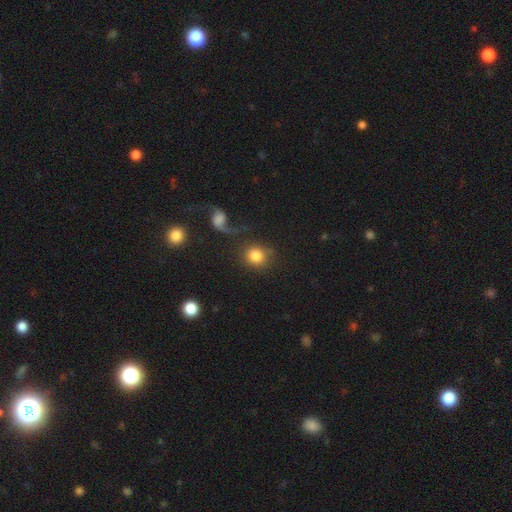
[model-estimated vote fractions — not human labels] Morphology: type=smooth (79%); roundness=round (88%); merging=none (63%).